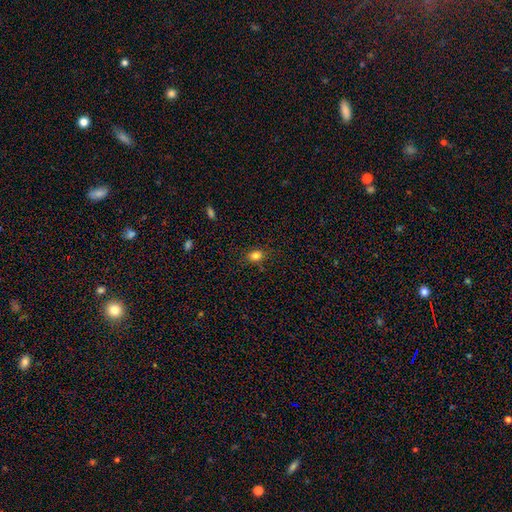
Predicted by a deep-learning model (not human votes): Q: Smooth or featured?
A: smooth (81%); runner-up: star or artifact (13%)
Q: How rounded?
A: in between (64%); runner-up: round (34%)
Q: Merging?
A: none (79%); runner-up: minor disturbance (14%)